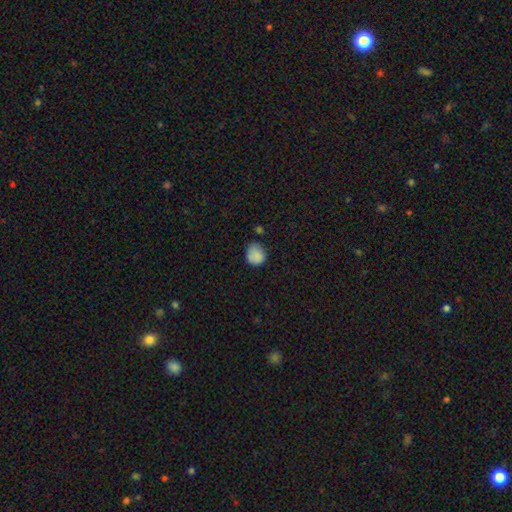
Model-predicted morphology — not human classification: This is clearly a smooth galaxy (84%). How rounded: likely round (74%). Merging: possibly none (55%).